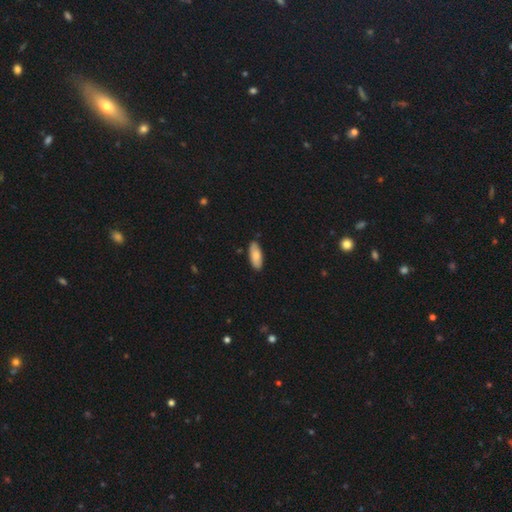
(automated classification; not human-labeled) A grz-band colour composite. It shows a smooth galaxy with no disk features (80%) that is in between round and cigar-shaped (77%). Merging: none (85%).